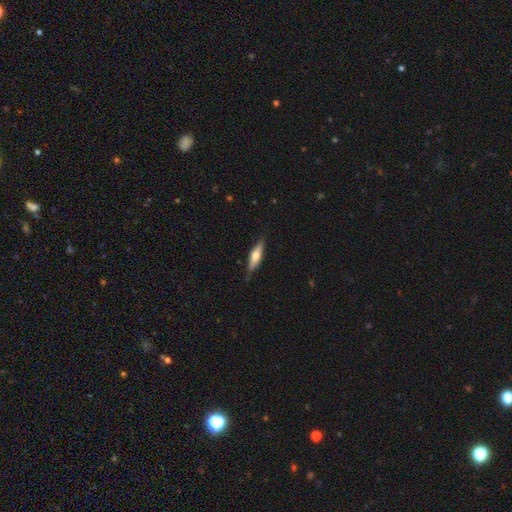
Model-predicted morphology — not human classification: Smooth or featured? Predicted: smooth (p=0.54). How rounded? Predicted: cigar-shaped (p=0.65). Merging? Predicted: none (p=0.84).